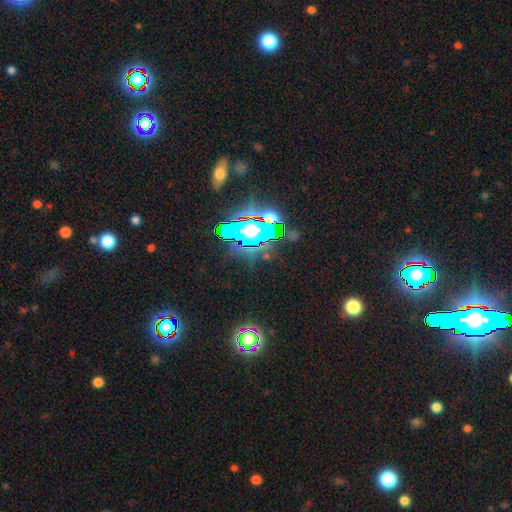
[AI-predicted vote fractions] Morphology: type=star or artifact (83%).